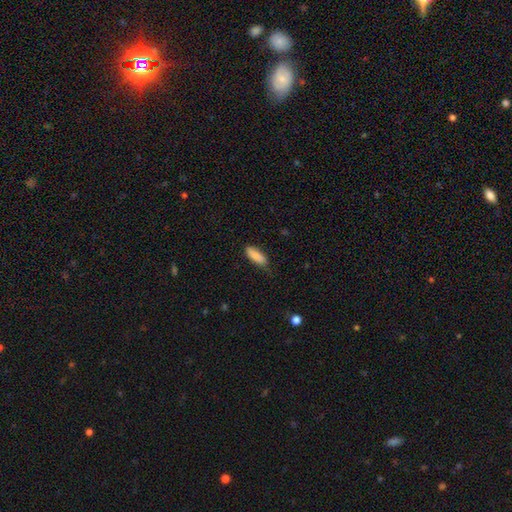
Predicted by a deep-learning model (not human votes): smooth_or_featured: smooth (p=0.87) [alt: featured or disk p=0.07]
how_rounded: in between (p=0.59) [alt: cigar-shaped p=0.39]
merging: none (p=0.71) [alt: minor disturbance p=0.24]